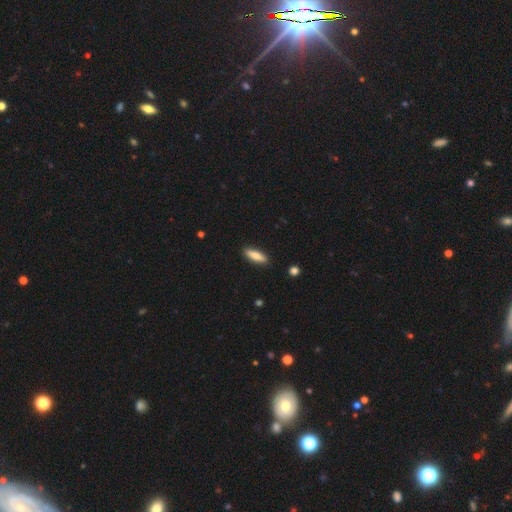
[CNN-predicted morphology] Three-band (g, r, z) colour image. It shows a smooth galaxy with no disk features (80%) that is cigar-shaped (55%). Merging: none (89%).